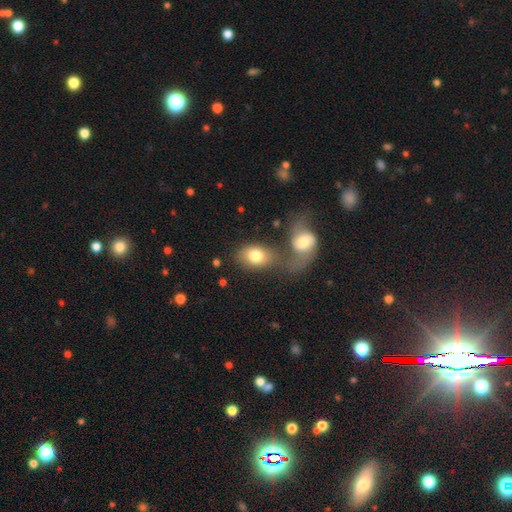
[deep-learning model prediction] Morphology: type=smooth (74%); roundness=in between (80%); merging=merger (51%).